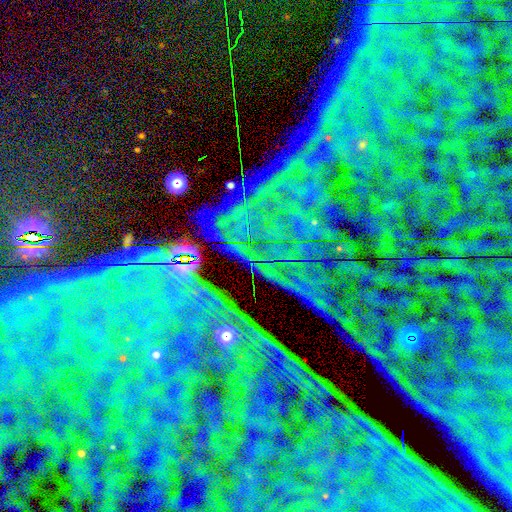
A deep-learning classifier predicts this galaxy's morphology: Overall: star or artifact (86%).